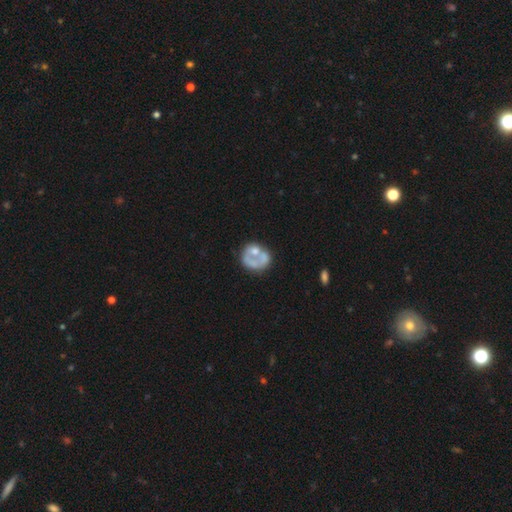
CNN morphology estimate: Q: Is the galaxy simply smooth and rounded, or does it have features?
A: featured or disk — 46%.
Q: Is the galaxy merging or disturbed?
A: none — 40%.